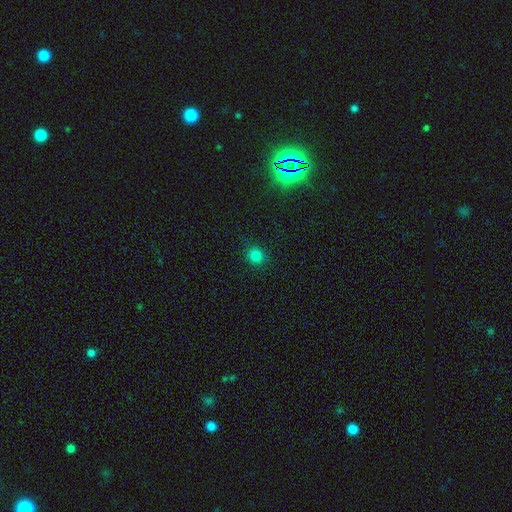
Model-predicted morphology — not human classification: Overall: smooth (81%). How rounded: round (87%). Merging: none (88%).